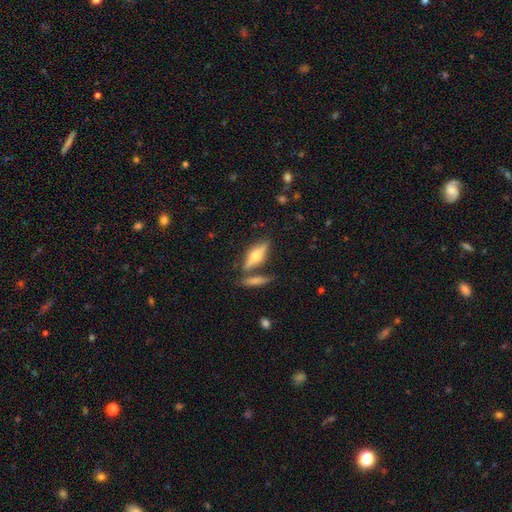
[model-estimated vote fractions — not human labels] Q: Smooth or featured?
A: featured or disk (53%); runner-up: smooth (39%)
Q: Edge-on disk?
A: yes (91%); runner-up: no (9%)
Q: Merging?
A: none (69%); runner-up: merger (15%)